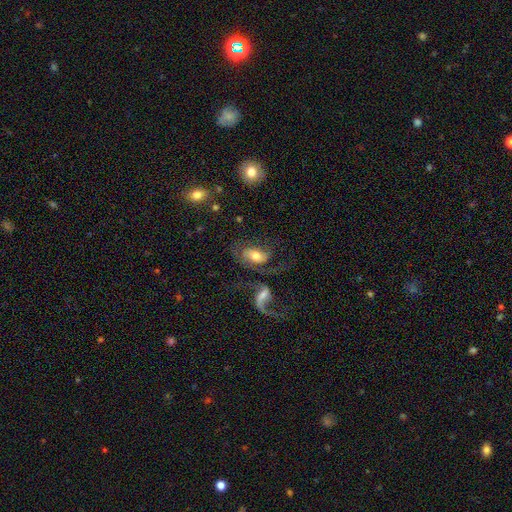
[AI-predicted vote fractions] Morphology: type=featured or disk (60%); edge-on=no (94%); bar=no (49%); spiral arms=yes (82%); bulge=moderate (60%); merging=merger (35%).